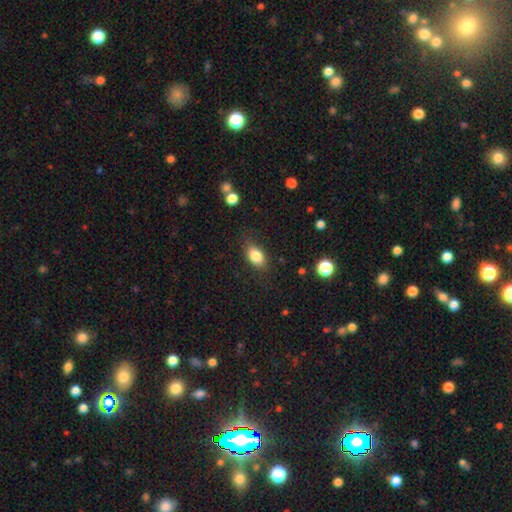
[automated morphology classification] smooth-or-featured: smooth: 83% | featured or disk: 9% | star or artifact: 8%
  how-rounded: in between: 85% | round: 12% | cigar-shaped: 3%
  merging: none: 78% | minor disturbance: 16% | major disturbance: 5% | merger: 1%